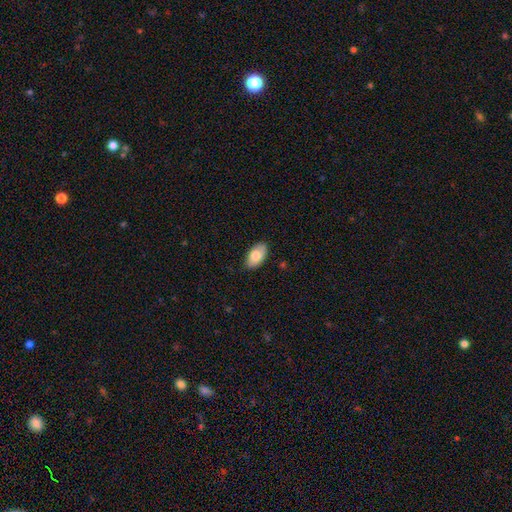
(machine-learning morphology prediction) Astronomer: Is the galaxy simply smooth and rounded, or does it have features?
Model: smooth — 80%.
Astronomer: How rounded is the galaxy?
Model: in between — 95%.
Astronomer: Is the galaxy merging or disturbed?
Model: none — 83%.